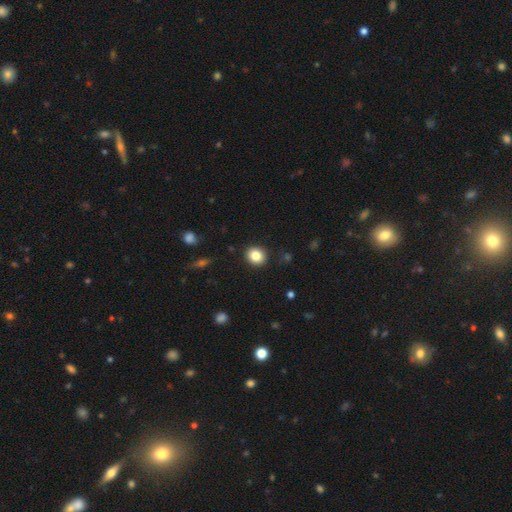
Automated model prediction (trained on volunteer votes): This is clearly a smooth galaxy (84%). How rounded: clearly round (80%). Merging: clearly none (91%).